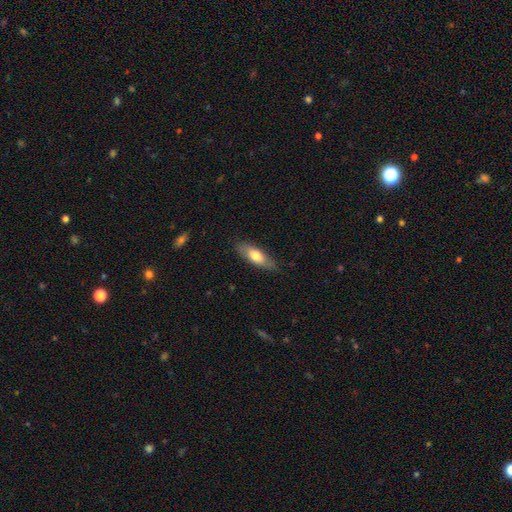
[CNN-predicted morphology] Smooth or featured?
  - smooth: 71% *
  - featured or disk: 23%
  - star or artifact: 6%
How rounded?
  - in between: 64% *
  - cigar-shaped: 34%
  - round: 2%
Merging?
  - none: 82% *
  - minor disturbance: 15%
  - major disturbance: 3%
  - merger: 1%